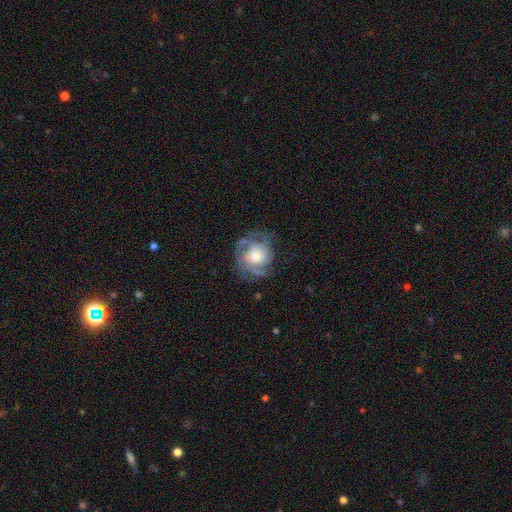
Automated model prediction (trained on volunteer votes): Smooth or featured: featured or disk — 70% (smooth — 23%)
Edge-on disk: no — 98% (yes — 2%)
Bar: no — 79% (weak — 18%)
Spiral arms: yes — 86% (no — 14%)
Spiral winding: tight — 50% (medium — 36%)
Spiral arm count: can't tell — 32% (2 — 29%)
Bulge size: moderate — 47% (large — 27%)
Merging: none — 64% (minor disturbance — 20%)